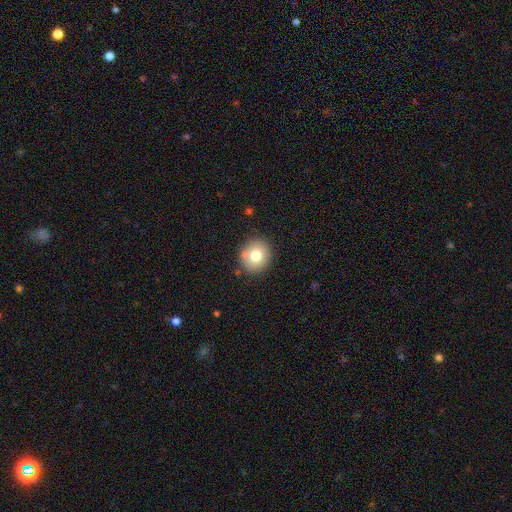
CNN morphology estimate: Q: Smooth or featured?
A: smooth (75%); runner-up: featured or disk (14%)
Q: How rounded?
A: round (82%); runner-up: in between (17%)
Q: Merging?
A: none (83%); runner-up: minor disturbance (10%)